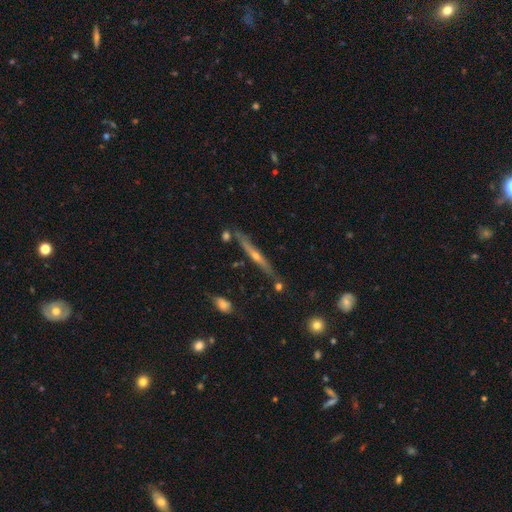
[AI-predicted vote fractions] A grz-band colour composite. It shows a featured or disk galaxy (72%) viewed edge-on (96%) with a rounded central bulge (76%). Merging: none (80%).